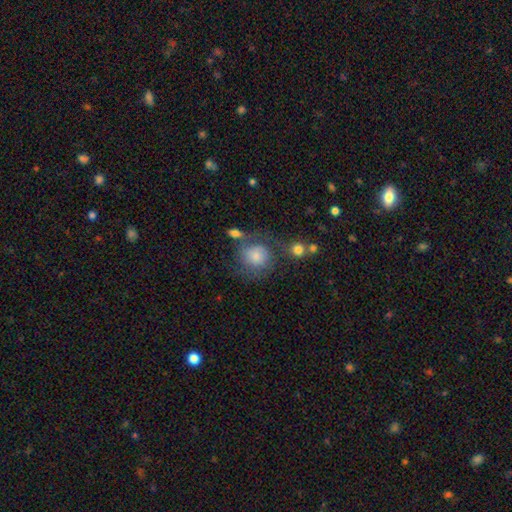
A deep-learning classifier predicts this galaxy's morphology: This is likely a smooth galaxy (72%). How rounded: clearly round (81%). Merging: possibly none (52%).